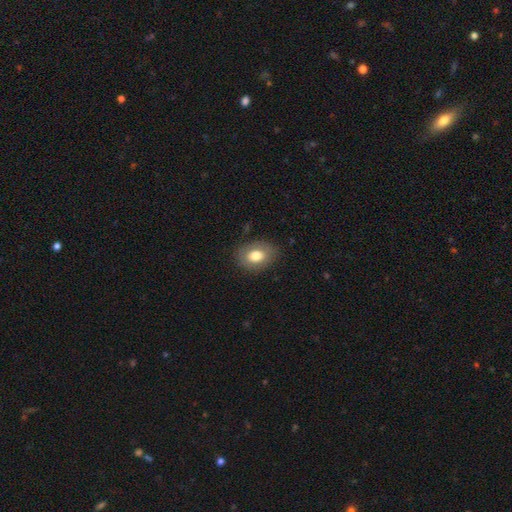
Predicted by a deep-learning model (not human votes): A smooth galaxy with no disk features (75%) that is in between round and cigar-shaped (75%).

Vote fractions:
- Smooth or featured? smooth: 75% / featured or disk: 17% / star or artifact: 8%
- How rounded? in between: 75% / round: 24% / cigar-shaped: 1%
- Merging? none: 82% / minor disturbance: 13% / major disturbance: 4% / merger: 1%